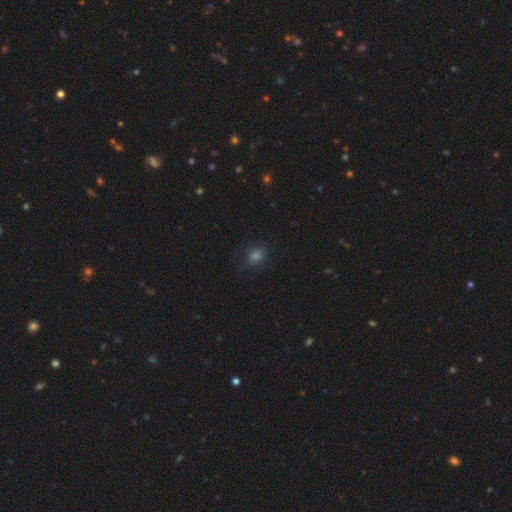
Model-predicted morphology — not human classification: Smooth or featured? Predicted: smooth (p=0.70). How rounded? Predicted: in between (p=0.50). Merging? Predicted: none (p=0.83).